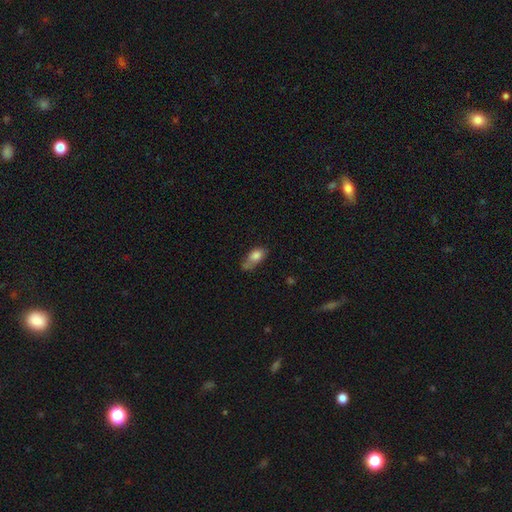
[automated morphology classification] Smooth or featured? smooth (79%)
How rounded? in between (84%)
Merging? none (36%, tied with minor disturbance)